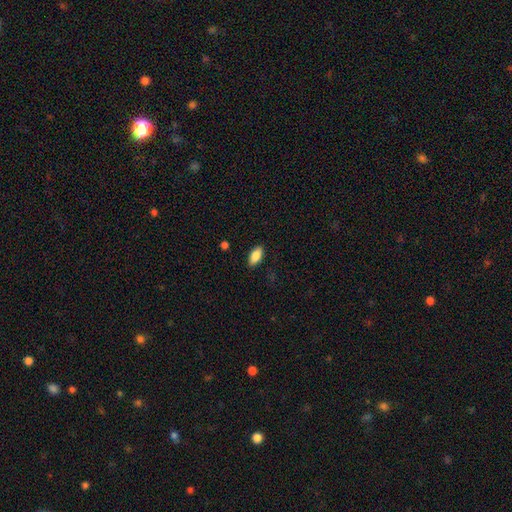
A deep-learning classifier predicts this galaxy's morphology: A smooth galaxy with no disk features (86%) that is in between round and cigar-shaped (88%). Merging: none (88%).